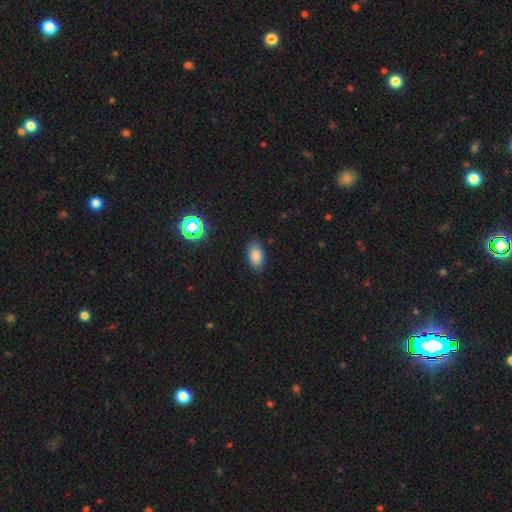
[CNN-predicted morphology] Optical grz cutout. It shows a smooth galaxy with no disk features (83%) that is in between round and cigar-shaped (93%). Merging: none (85%).